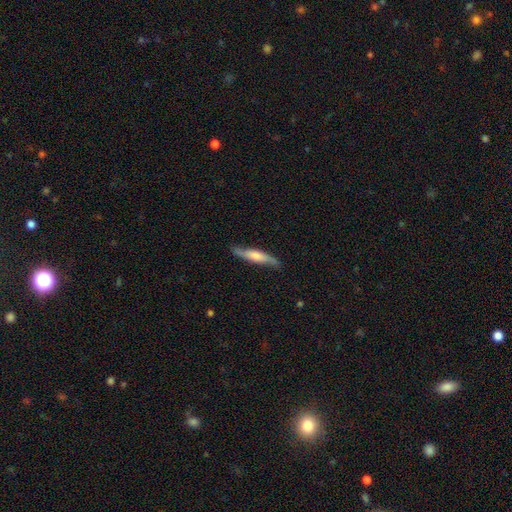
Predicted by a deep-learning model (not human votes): smooth_or_featured: featured or disk (p=0.61) [alt: smooth p=0.33]
disk_edge_on: yes (p=0.77) [alt: no p=0.23]
merging: none (p=0.80) [alt: minor disturbance p=0.16]